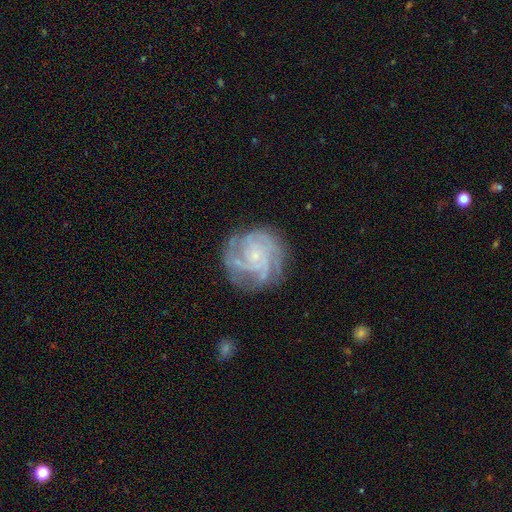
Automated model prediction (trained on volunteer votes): Smooth or featured? featured or disk (84%)
Edge-on disk? no (98%)
Bar? no (72%)
Spiral arms? yes (96%)
Spiral winding? tight (66%)
Spiral arm count? 4 (27%)
Bulge size? small (75%)
Merging? none (76%)